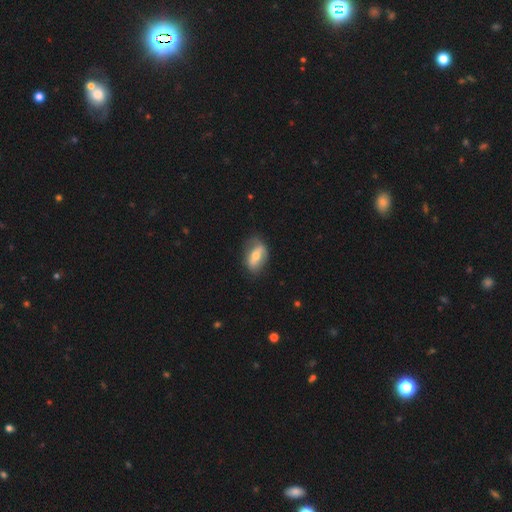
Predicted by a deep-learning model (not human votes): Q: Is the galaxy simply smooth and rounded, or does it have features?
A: smooth — 47%, tied with featured or disk.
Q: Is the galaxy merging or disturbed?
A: none — 70%.